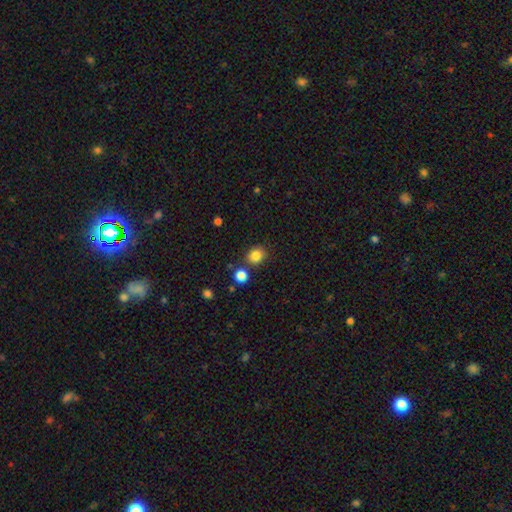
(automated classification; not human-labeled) Smooth or featured? smooth (84%)
How rounded? round (73%)
Merging? none (79%)